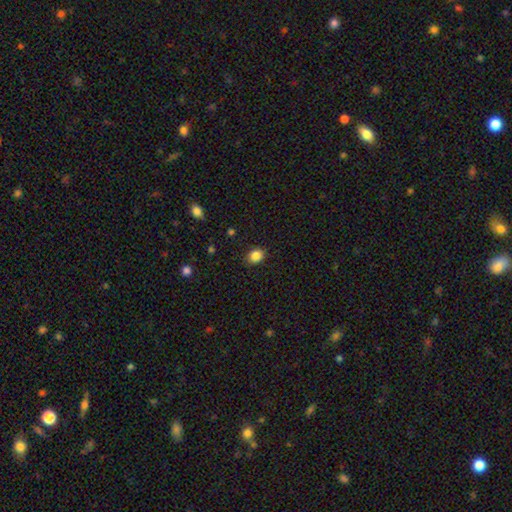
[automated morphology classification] A smooth galaxy with no disk features (85%) that is in between round and cigar-shaped (54%). Merging: none (87%).